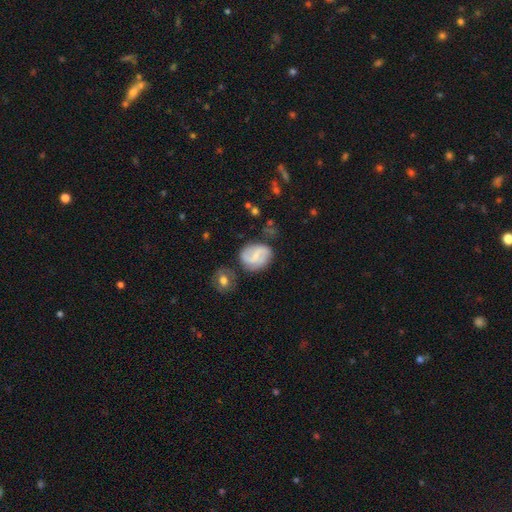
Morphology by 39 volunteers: Smooth or featured?
  - featured or disk: 77% *
  - smooth: 21%
  - star or artifact: 3%
Edge-on disk?
  - no: 97% *
  - yes: 3%
Bar?
  - weak: 55% *
  - strong: 34%
  - no: 10%
Spiral arms?
  - yes: 90% *
  - no: 10%
Spiral winding?
  - medium: 46% *
  - loose: 38%
  - tight: 15%
Spiral arm count?
  - 2: 81% *
  - can't tell: 12%
  - 1: 4%
  - 3: 4%
  - 4: 0%
  - more than 4: 0%
Bulge size?
  - small: 48% *
  - none: 31%
  - moderate: 21%
  - dominant: 0%
  - large: 0%
Merging?
  - none: 66% *
  - minor disturbance: 18%
  - major disturbance: 8%
  - merger: 8%